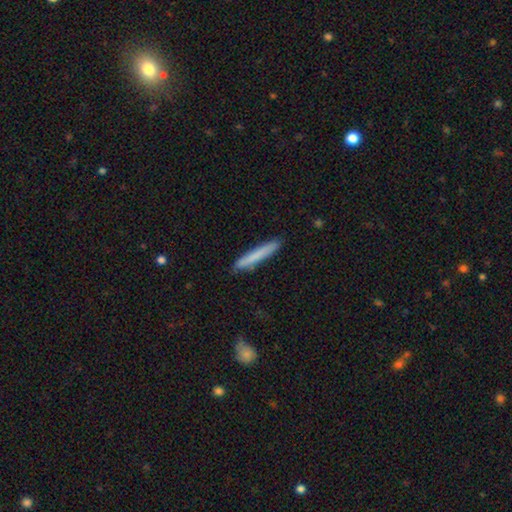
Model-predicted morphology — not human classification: Q: Smooth or featured?
A: smooth (76%); runner-up: featured or disk (19%)
Q: How rounded?
A: cigar-shaped (96%); runner-up: in between (3%)
Q: Merging?
A: none (88%); runner-up: minor disturbance (9%)